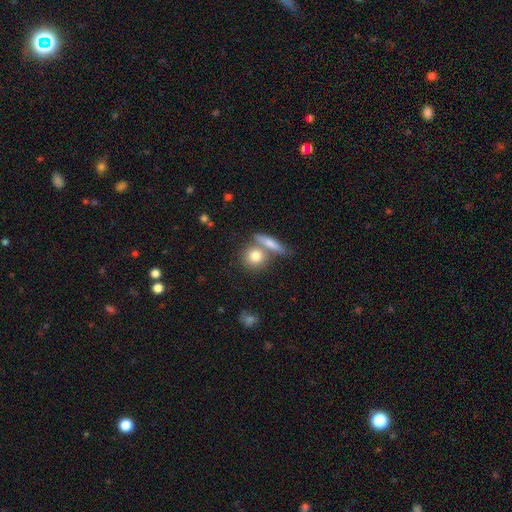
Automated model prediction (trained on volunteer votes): This is likely a smooth galaxy (77%). How rounded: likely round (71%). Merging: possibly none (54%).